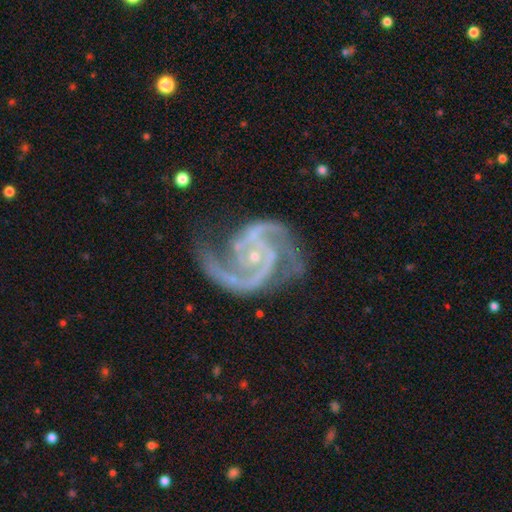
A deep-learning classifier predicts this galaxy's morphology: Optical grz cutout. It shows a featured or disk galaxy (94%) with no bar (61%), 2 (70%) medium (62%) spiral arms (99%) and a small central bulge (80%). Merging: none (65%).